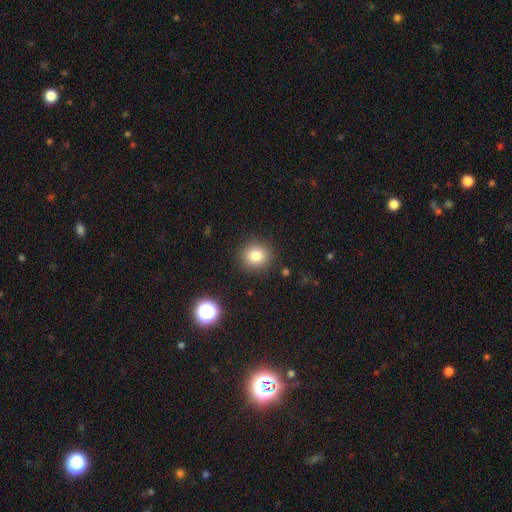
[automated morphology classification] Smooth or featured? smooth (81%)
How rounded? round (90%)
Merging? none (89%)